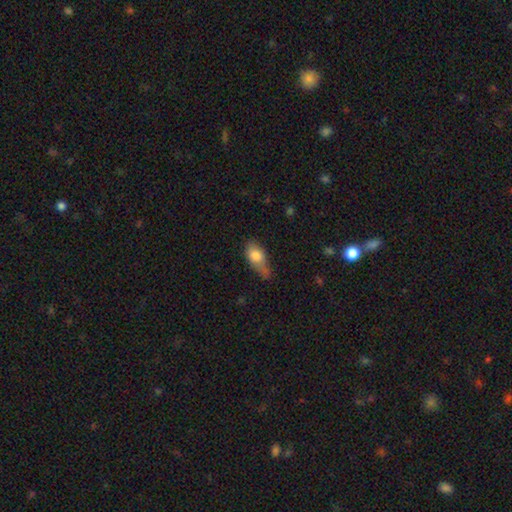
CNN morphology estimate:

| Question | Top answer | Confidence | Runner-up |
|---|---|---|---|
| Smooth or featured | smooth | 77% | featured or disk (15%) |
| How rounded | in between | 81% | round (9%) |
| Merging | minor disturbance | 40% | none (29%) |